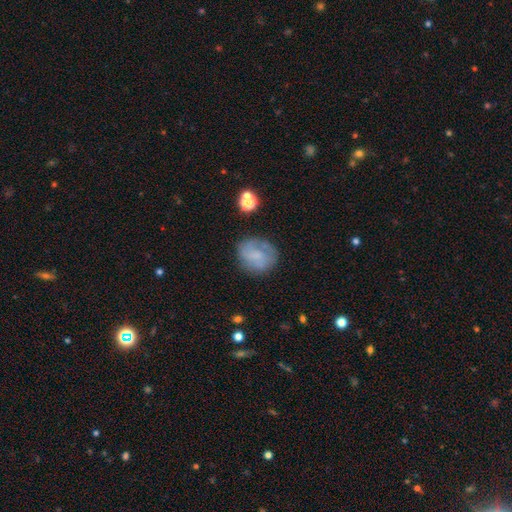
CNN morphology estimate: Smooth or featured?
  - smooth: 54% *
  - featured or disk: 36%
  - star or artifact: 10%
How rounded?
  - round: 69% *
  - in between: 30%
  - cigar-shaped: 1%
Merging?
  - none: 67% *
  - minor disturbance: 20%
  - major disturbance: 9%
  - merger: 3%